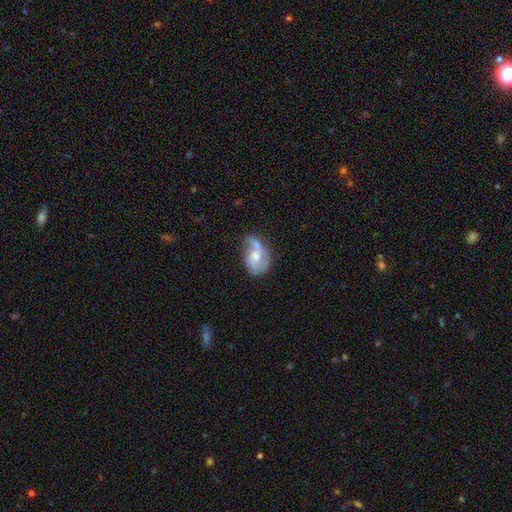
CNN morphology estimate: Q: Smooth or featured?
A: featured or disk (67%); runner-up: smooth (26%)
Q: Edge-on disk?
A: no (97%); runner-up: yes (3%)
Q: Bar?
A: no (60%); runner-up: weak (34%)
Q: Spiral arms?
A: yes (83%); runner-up: no (17%)
Q: Spiral winding?
A: loose (45%); runner-up: medium (40%)
Q: Spiral arm count?
A: 2 (73%); runner-up: can't tell (10%)
Q: Bulge size?
A: moderate (58%); runner-up: small (34%)
Q: Merging?
A: none (42%); runner-up: minor disturbance (29%)